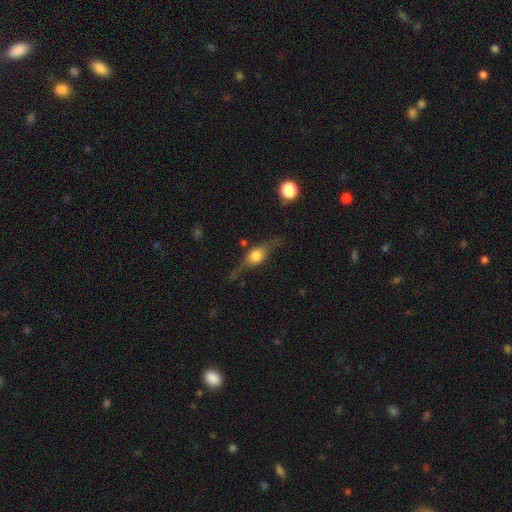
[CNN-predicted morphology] smooth_or_featured: featured or disk (p=0.63) [alt: smooth p=0.29]
disk_edge_on: yes (p=0.91) [alt: no p=0.09]
edge_on_bulge: rounded (p=0.93) [alt: boxy p=0.05]
merging: none (p=0.70) [alt: minor disturbance p=0.19]